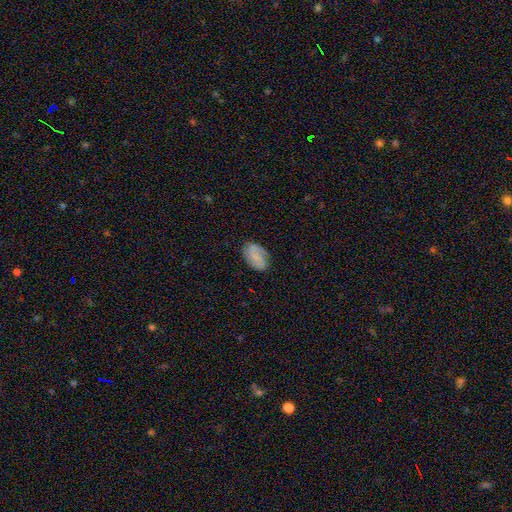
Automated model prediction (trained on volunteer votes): A smooth galaxy with no disk features (60%) that is in between round and cigar-shaped (90%). Merging: none (75%).